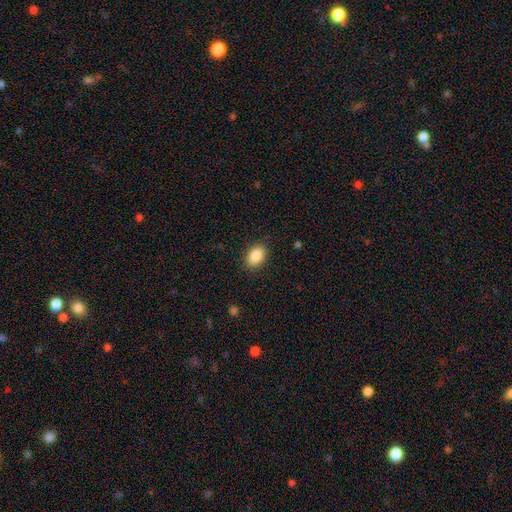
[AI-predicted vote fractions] This is clearly a smooth galaxy (88%). How rounded: clearly in between (87%). Merging: clearly none (87%).